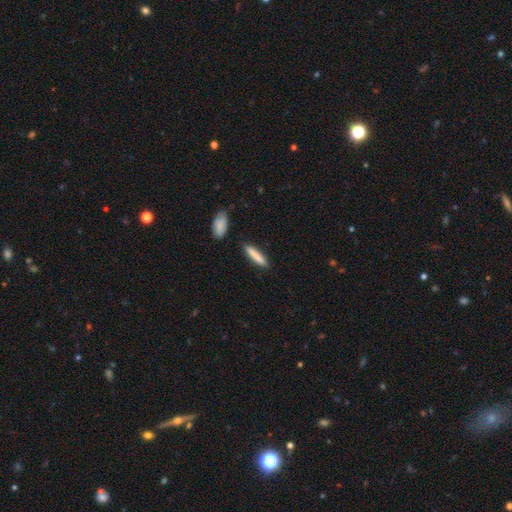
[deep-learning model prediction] A smooth galaxy with no disk features (81%) that is cigar-shaped (88%).

Vote fractions:
- Smooth or featured? smooth: 81% / featured or disk: 13% / star or artifact: 6%
- How rounded? cigar-shaped: 88% / in between: 11% / round: 1%
- Merging? none: 87% / minor disturbance: 8% / merger: 3% / major disturbance: 2%